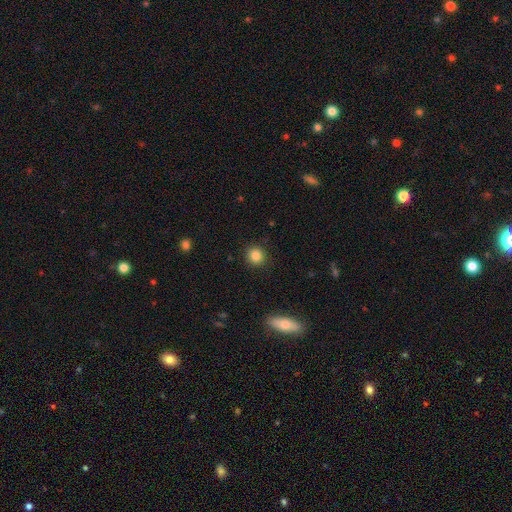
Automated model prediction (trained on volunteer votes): Smooth or featured?
  - smooth: 84% *
  - star or artifact: 11%
  - featured or disk: 5%
How rounded?
  - round: 91% *
  - in between: 8%
  - cigar-shaped: 1%
Merging?
  - none: 91% *
  - minor disturbance: 6%
  - major disturbance: 2%
  - merger: 1%